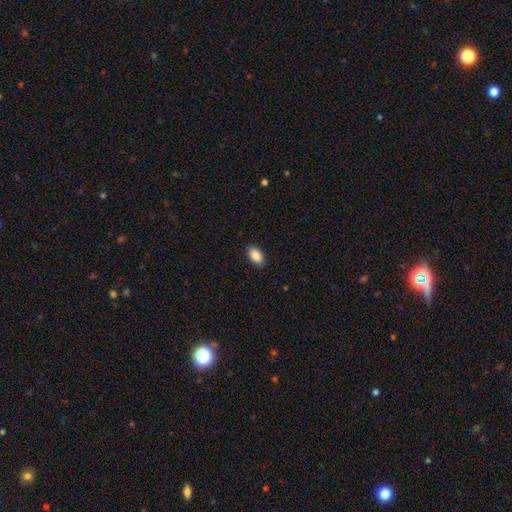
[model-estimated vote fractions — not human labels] Smooth or featured? Predicted: smooth (p=0.90). How rounded? Predicted: in between (p=0.94). Merging? Predicted: none (p=0.89).